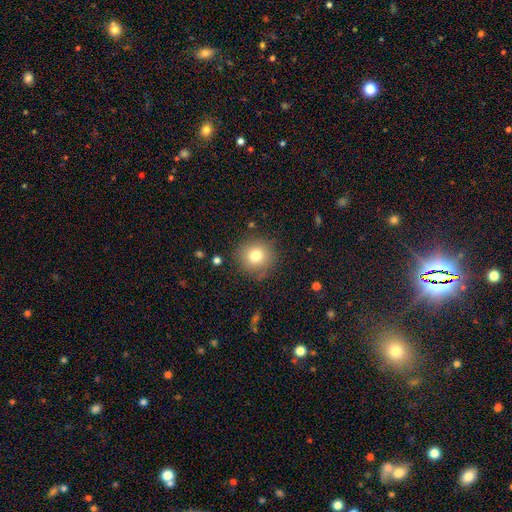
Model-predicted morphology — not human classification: smooth 76%, star or artifact 12%, featured or disk 11%. Down the decision tree: how rounded — round (92%); merging — none (85%).